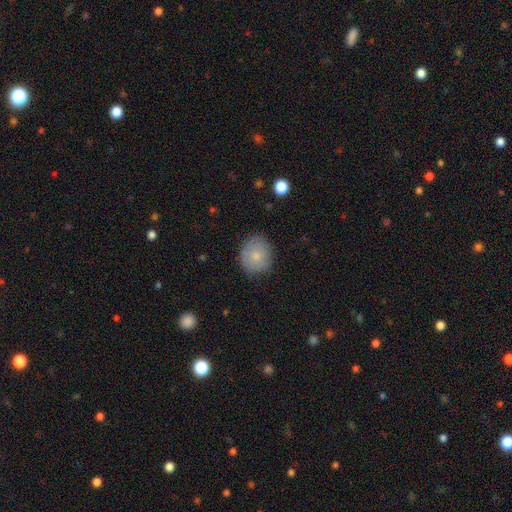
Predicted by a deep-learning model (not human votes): This is likely a smooth galaxy (77%). How rounded: likely round (71%). Merging: likely none (78%).